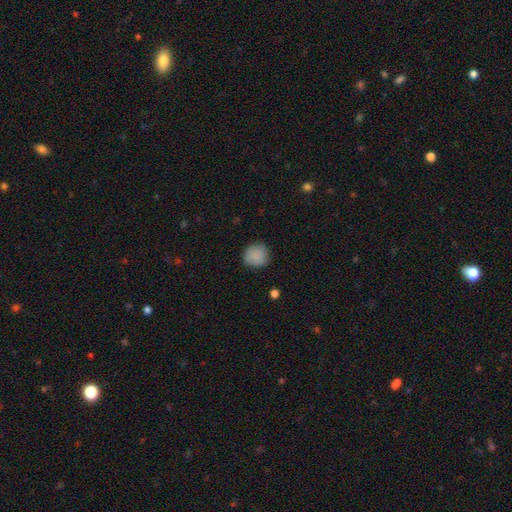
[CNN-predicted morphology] A smooth galaxy with no disk features (86%) that is round (89%). Merging: none (83%).